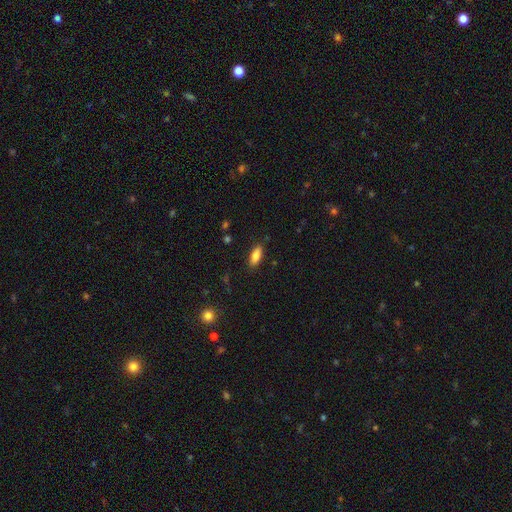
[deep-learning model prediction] Smooth or featured: smooth — 83% (featured or disk — 10%)
How rounded: in between — 78% (cigar-shaped — 19%)
Merging: none — 85% (minor disturbance — 11%)